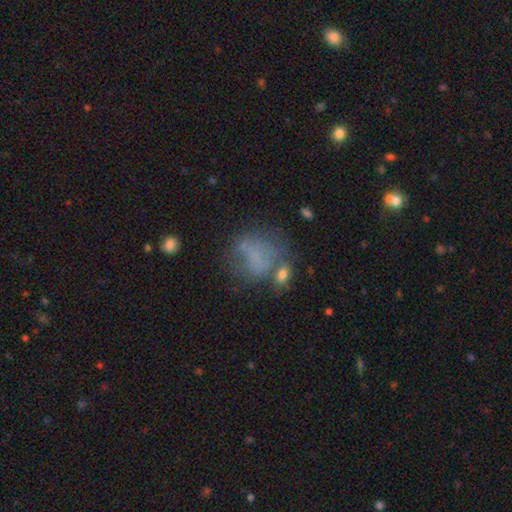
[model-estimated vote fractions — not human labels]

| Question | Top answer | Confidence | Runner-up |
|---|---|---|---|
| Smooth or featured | smooth | 48% | featured or disk (34%) |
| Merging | none | 37% | major disturbance (27%) |